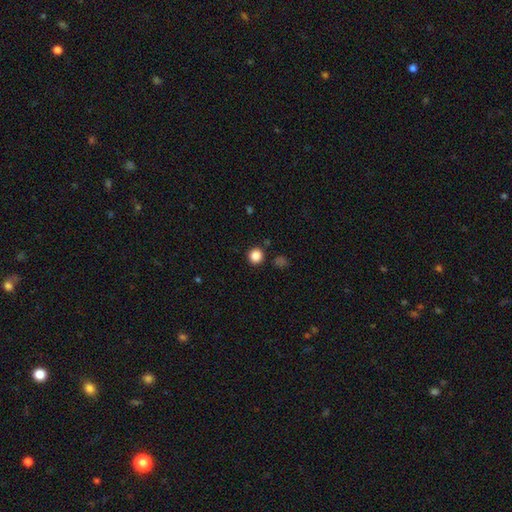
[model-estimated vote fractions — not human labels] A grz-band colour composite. It shows a smooth galaxy with no disk features (86%) that is round (93%). Merging: none (89%).